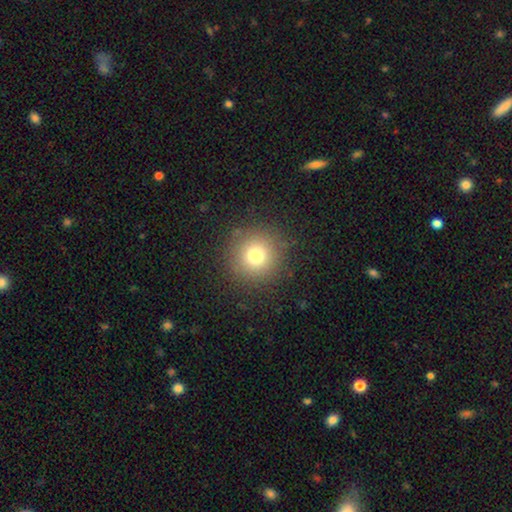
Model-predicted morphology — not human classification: smooth_or_featured: smooth (p=0.76) [alt: star or artifact p=0.15]
how_rounded: round (p=0.95) [alt: in between p=0.04]
merging: none (p=0.88) [alt: minor disturbance p=0.07]